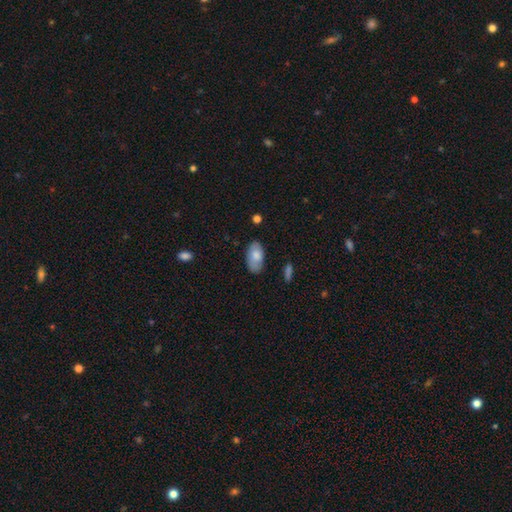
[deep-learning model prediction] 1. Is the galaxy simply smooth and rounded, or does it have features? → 80% smooth, 14% featured or disk, 6% star or artifact.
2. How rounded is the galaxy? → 95% in between, 3% round, 2% cigar-shaped.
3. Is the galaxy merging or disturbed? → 77% none, 18% minor disturbance, 3% major disturbance, 2% merger.